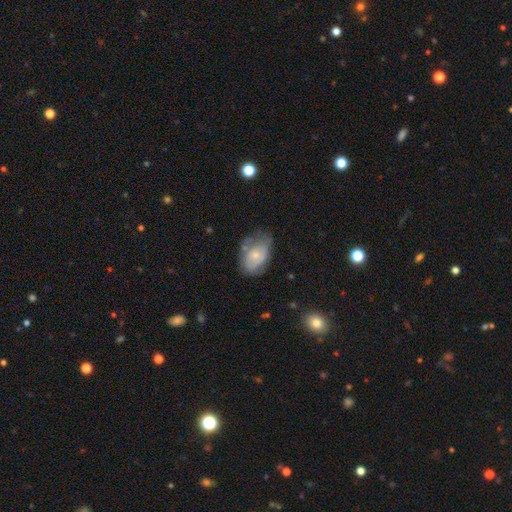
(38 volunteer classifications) Smooth or featured? 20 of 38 (53%) said featured or disk. Edge-on disk? 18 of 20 (90%) said no. Bar? 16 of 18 (89%) said no. Spiral arms? 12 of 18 (67%) said no. Bulge size? 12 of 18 (67%) said small. Merging? 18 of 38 (47%) said minor disturbance.